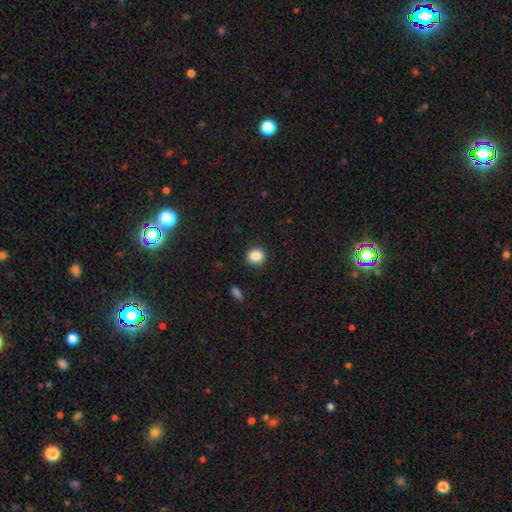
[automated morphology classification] This appears to be a smooth galaxy with no disk features (87%) that is round (84%). Merging: none (89%).